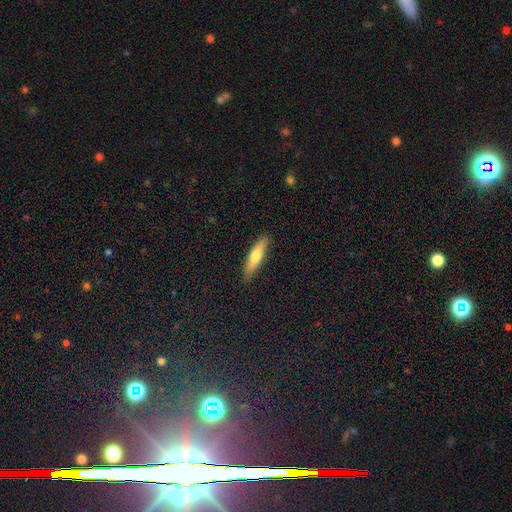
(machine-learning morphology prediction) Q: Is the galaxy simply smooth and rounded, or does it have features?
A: smooth — 60%.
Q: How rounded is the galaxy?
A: cigar-shaped — 78%.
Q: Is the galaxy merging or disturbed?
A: none — 87%.